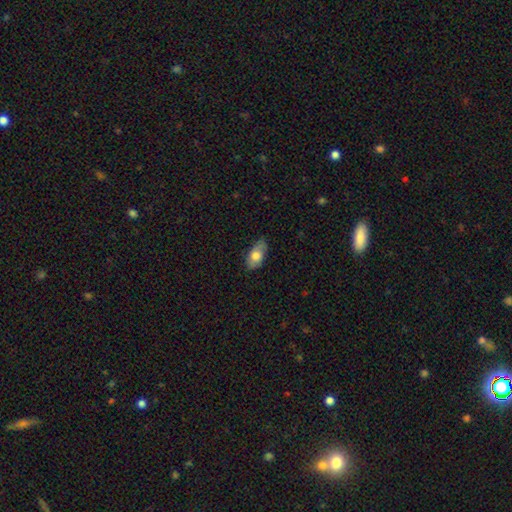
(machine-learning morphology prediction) This appears to be a smooth galaxy with no disk features (73%) that is in between round and cigar-shaped (91%). Merging: none (73%).